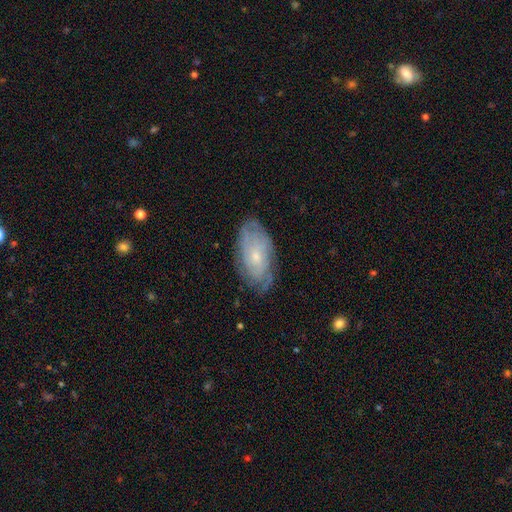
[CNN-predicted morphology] smooth-or-featured: featured or disk: 69% | smooth: 24% | star or artifact: 7%
  disk-edge-on: no: 92% | yes: 8%
    bar: no: 77% | weak: 20% | strong: 3%
    has-spiral-arms: yes: 87% | no: 13%
      spiral-winding: tight: 69% | medium: 24% | loose: 7%
      spiral-arm-count: can't tell: 57% | 2: 14% | 3: 10% | 4: 9% | more than 4: 5% | 1: 4%
    bulge-size: small: 67% | moderate: 29% | none: 2% | large: 1% | dominant: 1%
  merging: none: 76% | minor disturbance: 18% | major disturbance: 5% | merger: 1%